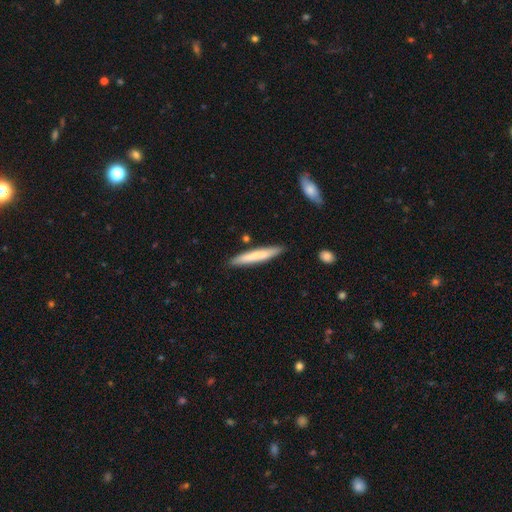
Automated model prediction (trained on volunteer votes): This appears to be a smooth galaxy with no disk features (72%) that is cigar-shaped (94%). Merging: none (87%).